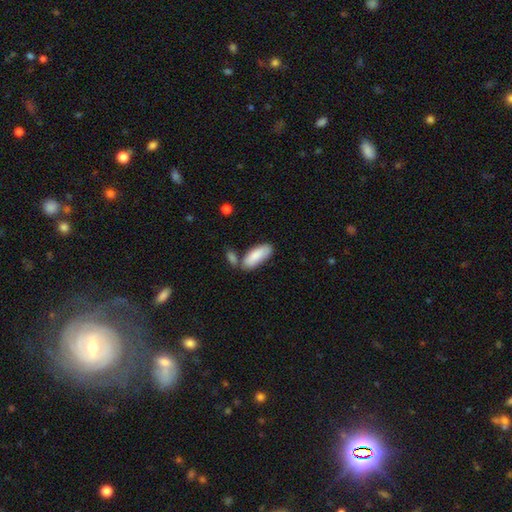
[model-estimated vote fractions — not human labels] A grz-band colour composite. It shows a smooth galaxy with no disk features (87%) that is in between round and cigar-shaped (75%). Merging: none (59%).